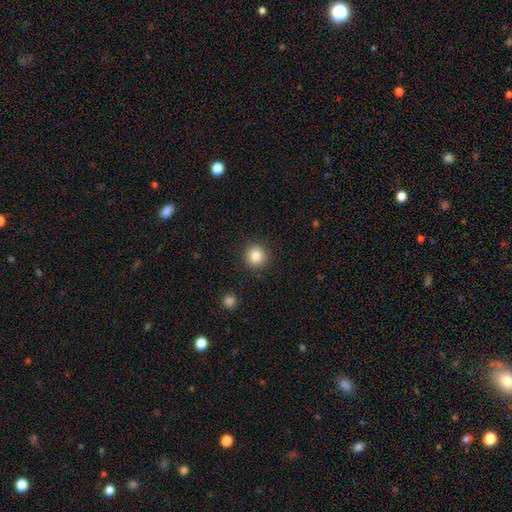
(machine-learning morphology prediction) This is clearly a smooth galaxy (84%). How rounded: clearly round (95%). Merging: clearly none (91%).